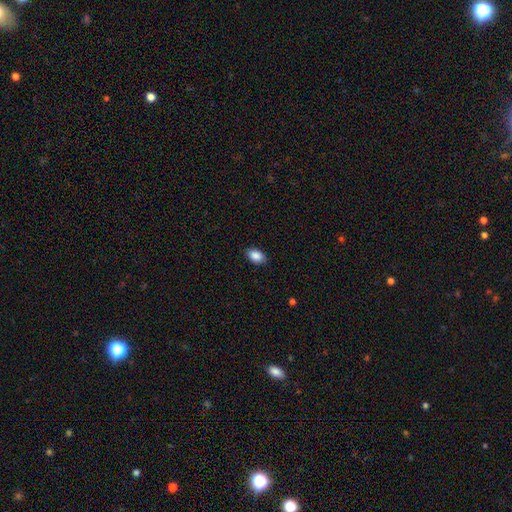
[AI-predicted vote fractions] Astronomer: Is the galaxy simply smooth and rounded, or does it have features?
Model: smooth — 89%.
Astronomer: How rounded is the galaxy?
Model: in between — 88%.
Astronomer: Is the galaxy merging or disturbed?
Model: none — 87%.